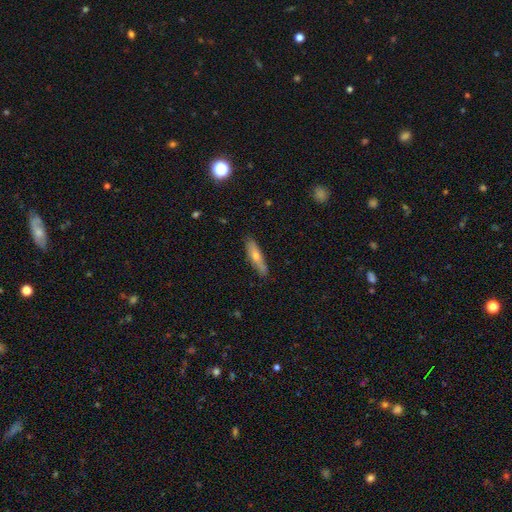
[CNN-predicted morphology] smooth_or_featured: smooth (p=0.54) [alt: featured or disk p=0.39]
how_rounded: cigar-shaped (p=0.73) [alt: in between p=0.25]
merging: none (p=0.86) [alt: minor disturbance p=0.11]